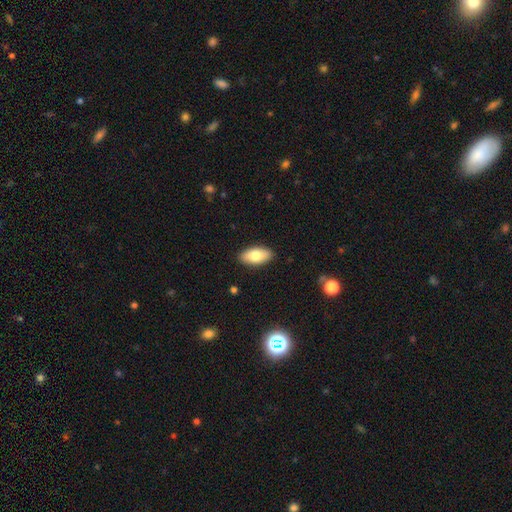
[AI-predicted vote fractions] A smooth galaxy with no disk features (78%) that is in between round and cigar-shaped (92%). Merging: none (88%).